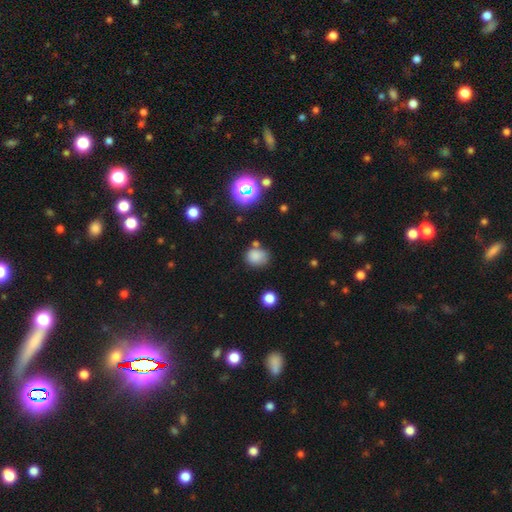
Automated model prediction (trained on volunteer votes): Smooth or featured?
  - smooth: 79% *
  - star or artifact: 15%
  - featured or disk: 6%
How rounded?
  - round: 58% *
  - in between: 41%
  - cigar-shaped: 1%
Merging?
  - none: 65% *
  - minor disturbance: 19%
  - merger: 10%
  - major disturbance: 6%